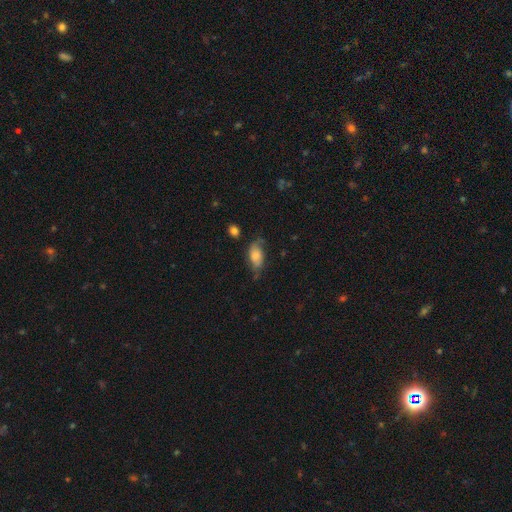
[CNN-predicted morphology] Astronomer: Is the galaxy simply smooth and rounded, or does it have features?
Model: smooth — 57% (runner-up: featured or disk, 34%).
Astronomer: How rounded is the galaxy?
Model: in between — 89%.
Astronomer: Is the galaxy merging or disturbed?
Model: none — 52% (runner-up: minor disturbance, 31%).